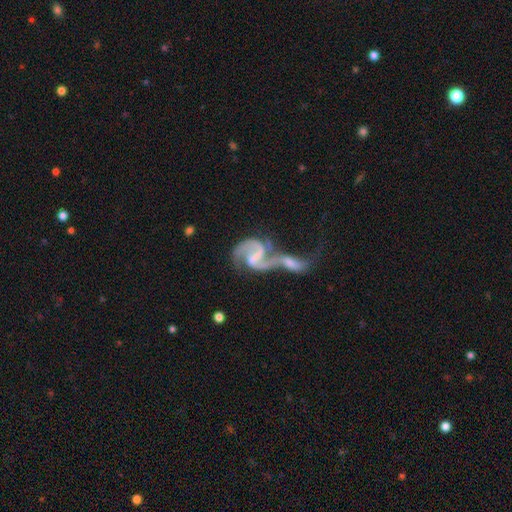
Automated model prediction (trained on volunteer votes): Smooth or featured: featured or disk — 86% (smooth — 9%)
Edge-on disk: no — 98% (yes — 2%)
Bar: weak — 43% (strong — 35%)
Spiral arms: yes — 93% (no — 7%)
Spiral winding: medium — 46% (loose — 41%)
Spiral arm count: 2 — 88% (1 — 5%)
Bulge size: none — 47% (small — 34%)
Merging: merger — 65% (none — 17%)